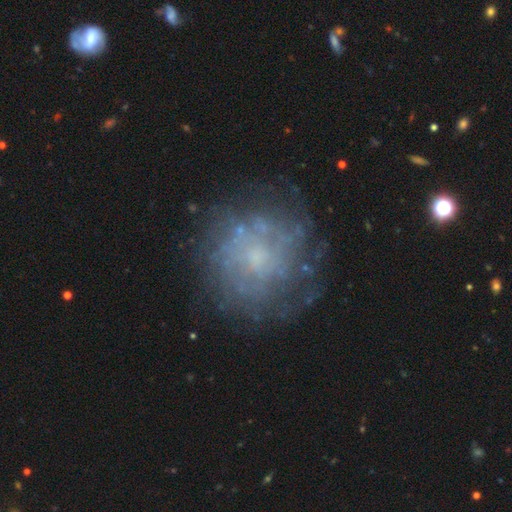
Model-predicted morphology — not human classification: The model was most divided on "spiral arms": yes: 52%, no: 48%. Remaining: edge-on disk — no (98%); bar — no (83%); merging — none (72%); smooth or featured — featured or disk (63%); bulge size — small (47%).